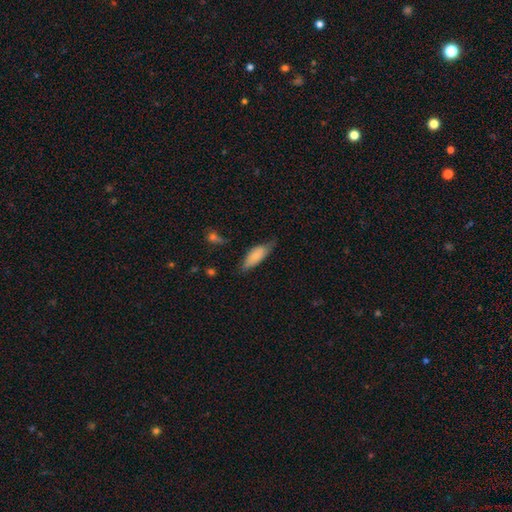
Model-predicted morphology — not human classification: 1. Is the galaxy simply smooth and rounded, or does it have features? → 80% smooth, 14% featured or disk, 6% star or artifact.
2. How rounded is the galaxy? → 78% in between, 21% cigar-shaped, 2% round.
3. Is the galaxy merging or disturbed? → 51% none, 36% minor disturbance, 10% major disturbance, 3% merger.